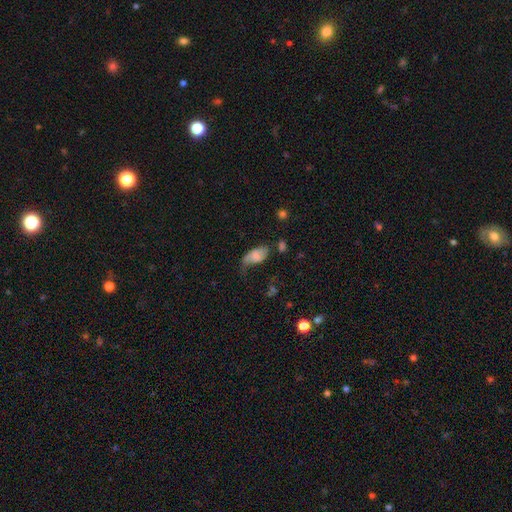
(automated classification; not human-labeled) A smooth galaxy with no disk features (62%) that is in between round and cigar-shaped (92%).

Vote fractions:
- Smooth or featured? smooth: 62% / featured or disk: 29% / star or artifact: 9%
- How rounded? in between: 92% / round: 4% / cigar-shaped: 3%
- Merging? minor disturbance: 36% / none: 34% / major disturbance: 25% / merger: 5%